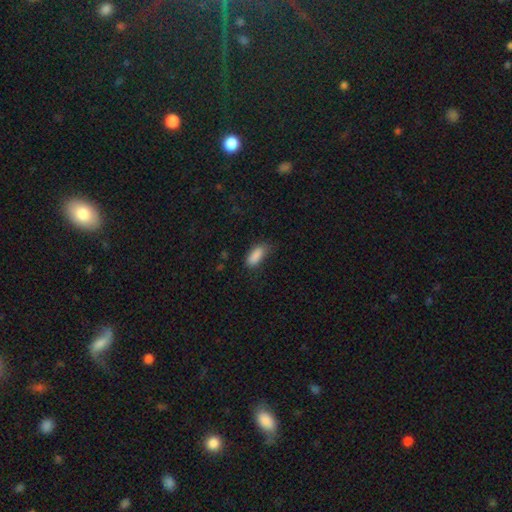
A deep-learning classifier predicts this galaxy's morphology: type=smooth (87%); roundness=in between (80%); merging=none (64%).